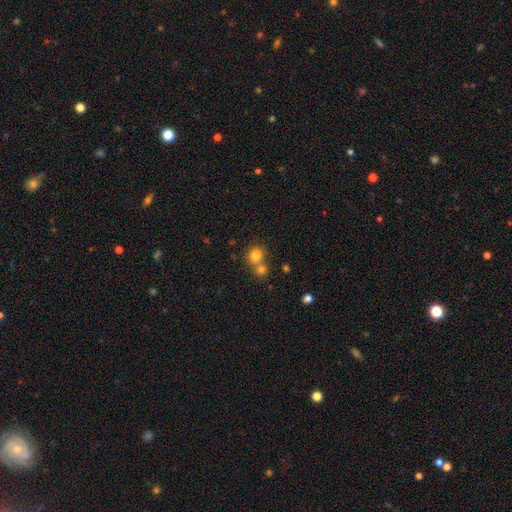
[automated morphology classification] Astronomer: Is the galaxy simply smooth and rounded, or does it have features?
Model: smooth — 81%.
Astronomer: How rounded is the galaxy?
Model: round — 76%.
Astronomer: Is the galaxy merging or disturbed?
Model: none — 49% (runner-up: merger, 40%).